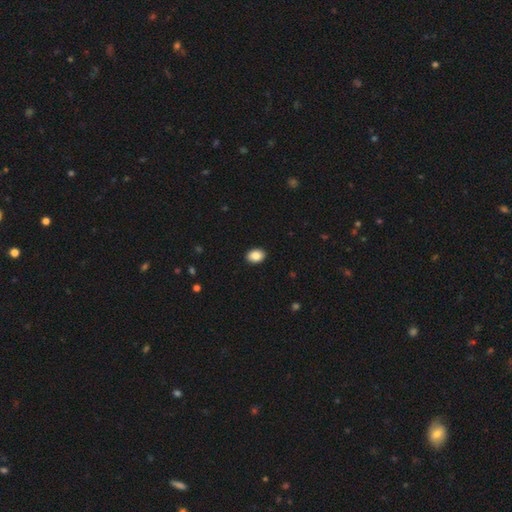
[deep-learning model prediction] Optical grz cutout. It shows a smooth galaxy with no disk features (87%) that is in between round and cigar-shaped (75%). Merging: none (91%).